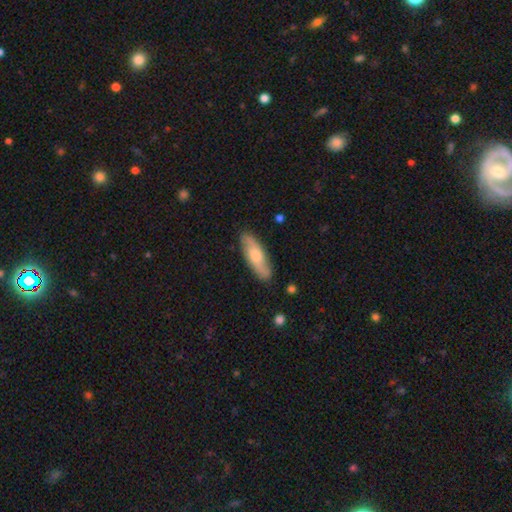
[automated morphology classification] This is possibly a smooth galaxy (55%). How rounded: possibly in between (55%). Merging: clearly none (85%).